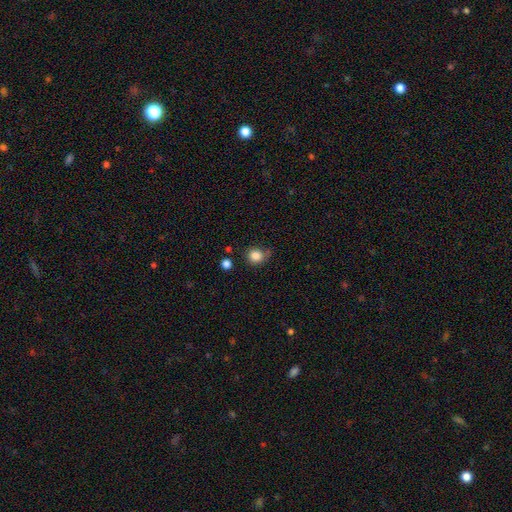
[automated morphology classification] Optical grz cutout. It shows a smooth galaxy with no disk features (85%) that is round (82%). Merging: none (70%).